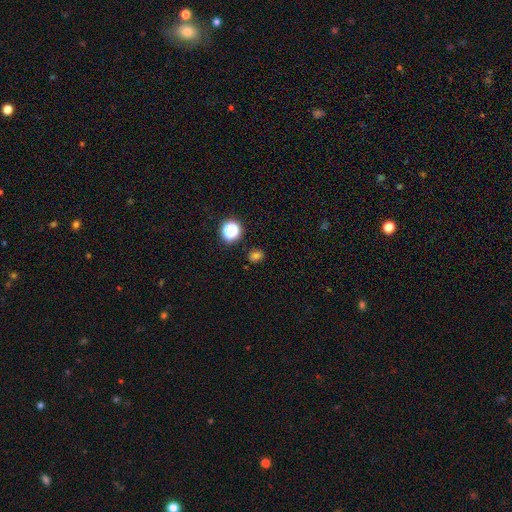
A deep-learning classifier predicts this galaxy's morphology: A smooth galaxy with no disk features (65%) that is round (59%). Merging: none (84%).